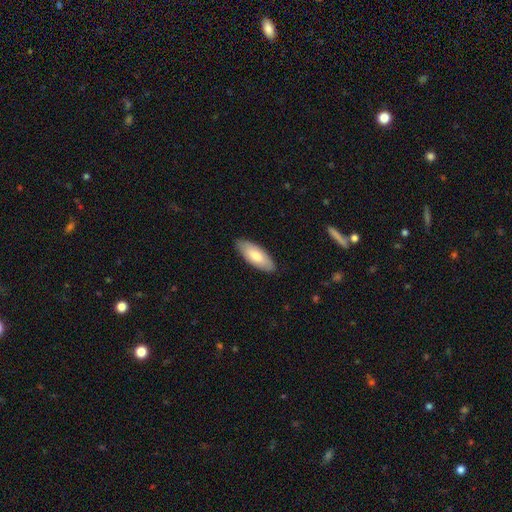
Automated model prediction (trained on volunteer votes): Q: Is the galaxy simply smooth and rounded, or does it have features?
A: smooth — 74%.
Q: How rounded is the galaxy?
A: in between — 81%.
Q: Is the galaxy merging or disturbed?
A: none — 87%.